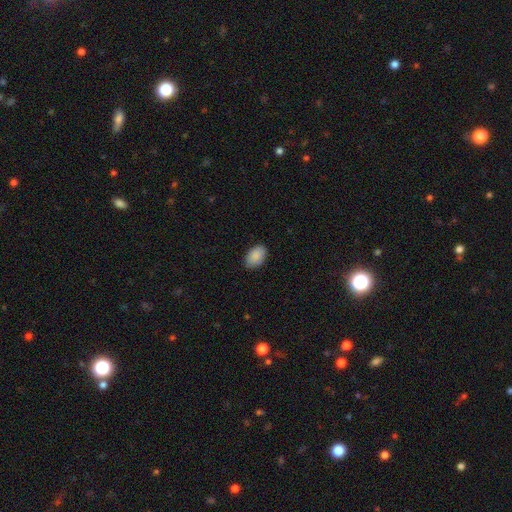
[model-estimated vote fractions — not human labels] smooth_or_featured: smooth (p=0.89) [alt: star or artifact p=0.07]
how_rounded: in between (p=0.91) [alt: round p=0.08]
merging: none (p=0.86) [alt: minor disturbance p=0.11]